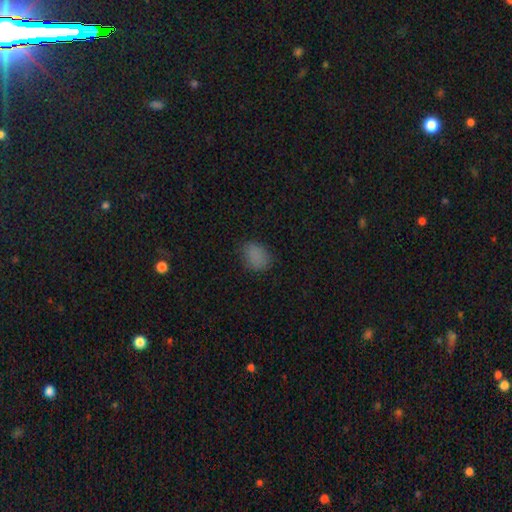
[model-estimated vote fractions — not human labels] Q: Smooth or featured?
A: smooth (82%); runner-up: star or artifact (13%)
Q: How rounded?
A: in between (72%); runner-up: round (27%)
Q: Merging?
A: none (77%); runner-up: minor disturbance (17%)